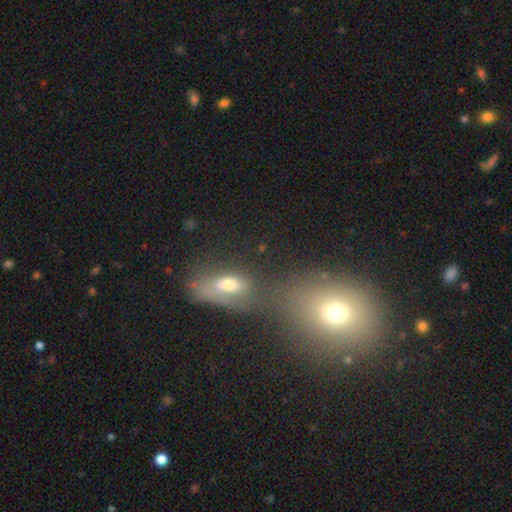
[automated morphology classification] Smooth or featured? Predicted: smooth (p=0.42). Merging? Predicted: merger (p=0.46).